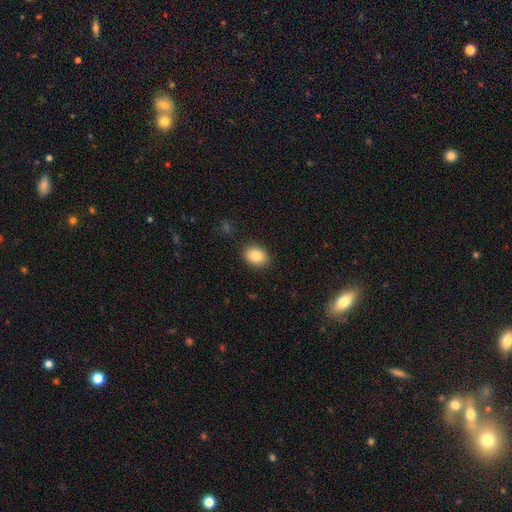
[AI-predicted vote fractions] Smooth or featured?
  - smooth: 85% *
  - star or artifact: 8%
  - featured or disk: 7%
How rounded?
  - in between: 68% *
  - round: 31%
  - cigar-shaped: 1%
Merging?
  - none: 88% *
  - minor disturbance: 8%
  - major disturbance: 2%
  - merger: 1%